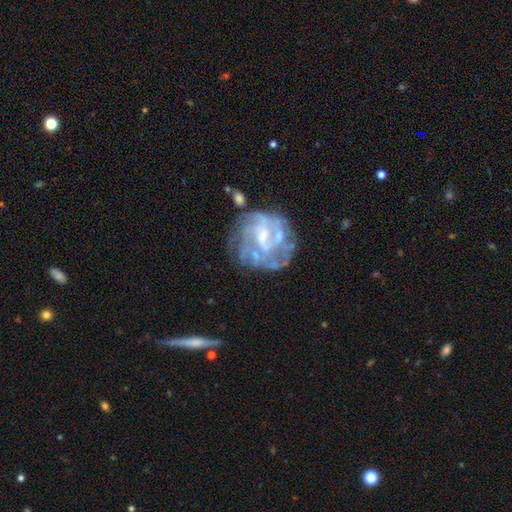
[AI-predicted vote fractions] smooth-or-featured: featured or disk: 78% | smooth: 13% | star or artifact: 10%
  disk-edge-on: no: 97% | yes: 3%
    bar: no: 53% | weak: 37% | strong: 10%
    has-spiral-arms: yes: 68% | no: 32%
      spiral-winding: tight: 50% | medium: 32% | loose: 18%
      spiral-arm-count: can't tell: 49% | 4: 15% | 3: 13% | 2: 10% | more than 4: 8% | 1: 5%
    bulge-size: small: 58% | moderate: 28% | none: 11% | large: 2% | dominant: 1%
  merging: none: 55% | minor disturbance: 19% | major disturbance: 18% | merger: 9%